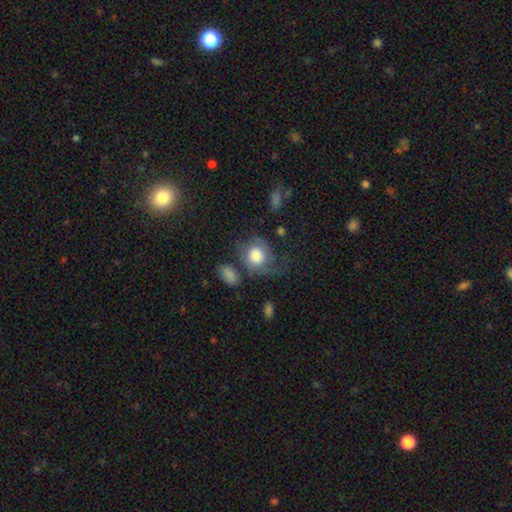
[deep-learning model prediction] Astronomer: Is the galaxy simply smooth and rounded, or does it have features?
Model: smooth — 65%.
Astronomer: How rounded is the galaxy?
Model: round — 71%.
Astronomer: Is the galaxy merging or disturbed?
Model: none — 40% (runner-up: major disturbance, 28%).